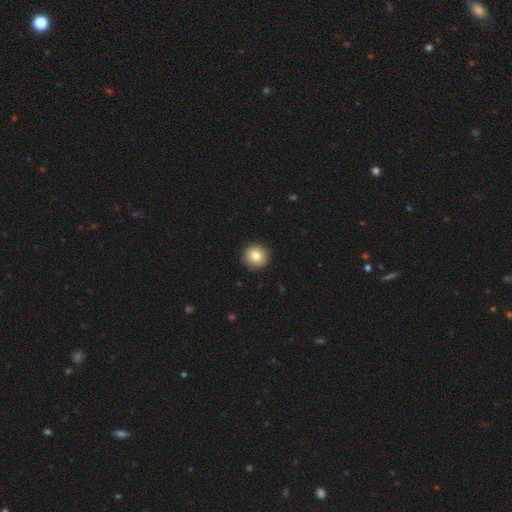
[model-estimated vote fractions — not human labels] This is clearly a smooth galaxy (83%). How rounded: clearly round (95%). Merging: clearly none (93%).